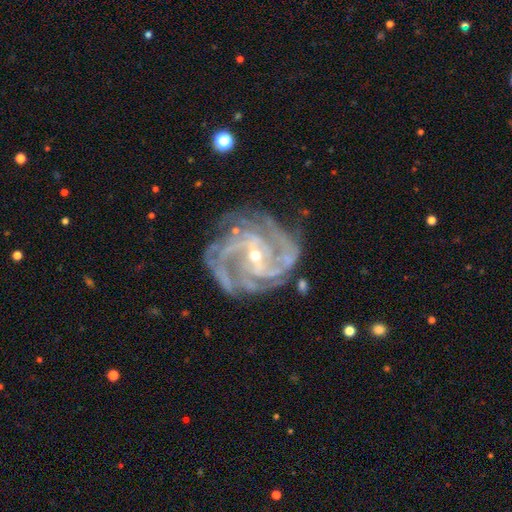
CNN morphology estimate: Q: Smooth or featured?
A: featured or disk (92%); runner-up: star or artifact (5%)
Q: Edge-on disk?
A: no (98%); runner-up: yes (2%)
Q: Bar?
A: weak (40%); runner-up: strong (35%)
Q: Spiral arms?
A: yes (98%); runner-up: no (2%)
Q: Spiral winding?
A: tight (51%); runner-up: medium (42%)
Q: Spiral arm count?
A: 3 (26%); runner-up: 4 (25%)
Q: Bulge size?
A: small (72%); runner-up: moderate (25%)
Q: Merging?
A: none (71%); runner-up: minor disturbance (18%)